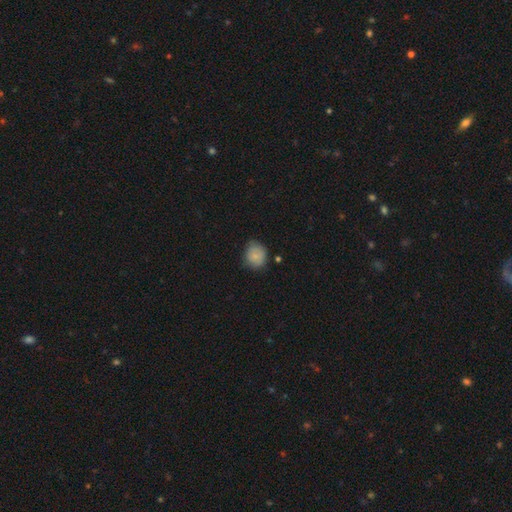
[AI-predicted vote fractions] Morphology: type=smooth (82%); roundness=round (71%); merging=none (67%).